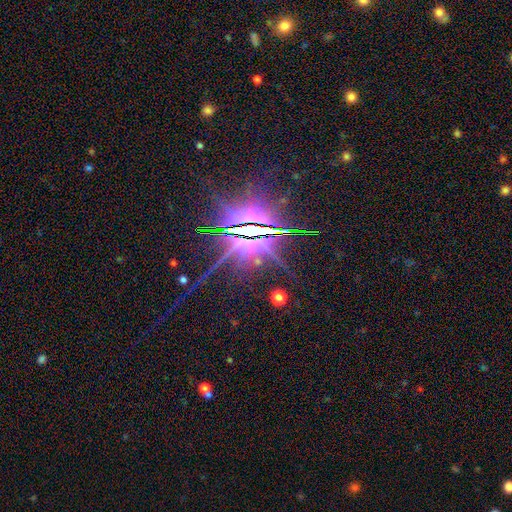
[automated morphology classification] Smooth or featured?
  - star or artifact: 86% *
  - featured or disk: 9%
  - smooth: 6%